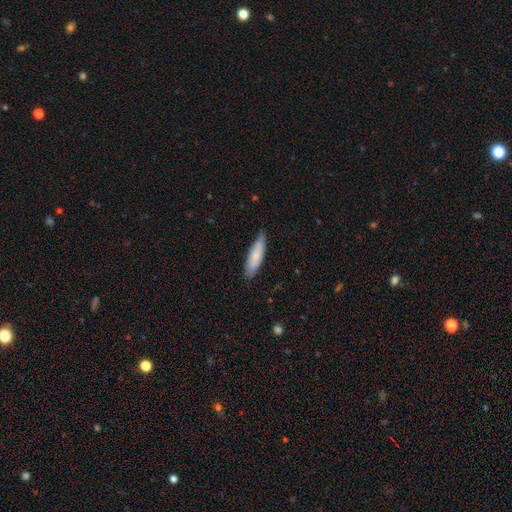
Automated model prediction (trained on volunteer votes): A smooth galaxy with no disk features (77%) that is cigar-shaped (64%).

Vote fractions:
- Smooth or featured? smooth: 77% / featured or disk: 18% / star or artifact: 6%
- How rounded? cigar-shaped: 64% / in between: 34% / round: 1%
- Merging? none: 76% / minor disturbance: 20% / major disturbance: 3% / merger: 1%